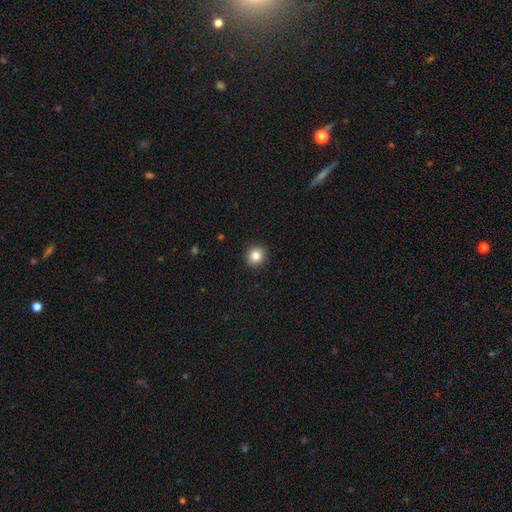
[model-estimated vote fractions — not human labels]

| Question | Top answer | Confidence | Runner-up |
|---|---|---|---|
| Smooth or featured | smooth | 84% | star or artifact (10%) |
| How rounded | round | 92% | in between (7%) |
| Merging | none | 92% | minor disturbance (5%) |